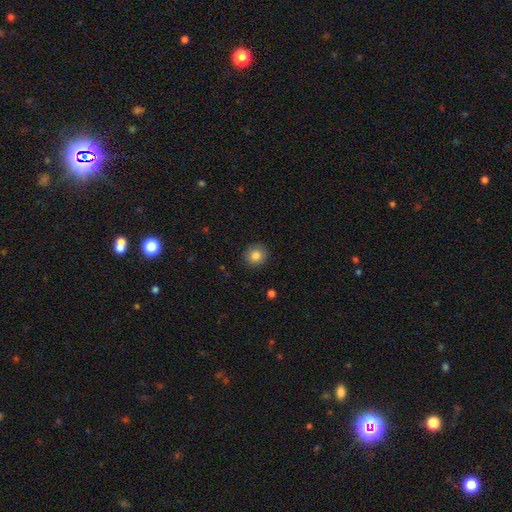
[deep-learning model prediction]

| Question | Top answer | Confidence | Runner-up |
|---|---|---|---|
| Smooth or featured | smooth | 84% | star or artifact (10%) |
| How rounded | round | 88% | in between (11%) |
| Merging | none | 91% | minor disturbance (6%) |